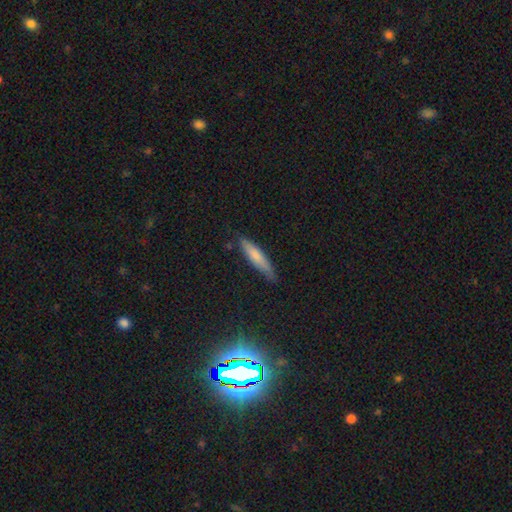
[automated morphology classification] Smooth or featured? smooth (72%)
How rounded? cigar-shaped (86%)
Merging? none (79%)